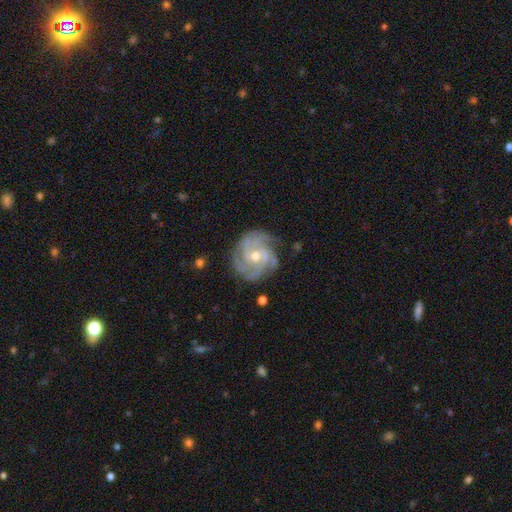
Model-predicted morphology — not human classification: Q: Smooth or featured?
A: featured or disk (89%); runner-up: star or artifact (6%)
Q: Edge-on disk?
A: no (98%); runner-up: yes (2%)
Q: Bar?
A: no (66%); runner-up: weak (27%)
Q: Spiral arms?
A: yes (98%); runner-up: no (2%)
Q: Spiral winding?
A: tight (63%); runner-up: medium (31%)
Q: Spiral arm count?
A: 4 (31%); runner-up: 3 (29%)
Q: Bulge size?
A: moderate (53%); runner-up: small (44%)
Q: Merging?
A: none (78%); runner-up: minor disturbance (15%)